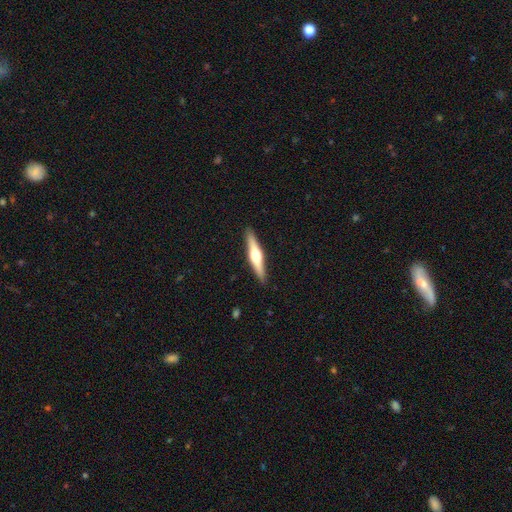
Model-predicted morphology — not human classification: featured or disk 66%, smooth 29%, star or artifact 5%. Down the decision tree: edge-on disk — yes (97%); edge-on bulge — rounded (95%); merging — none (91%).